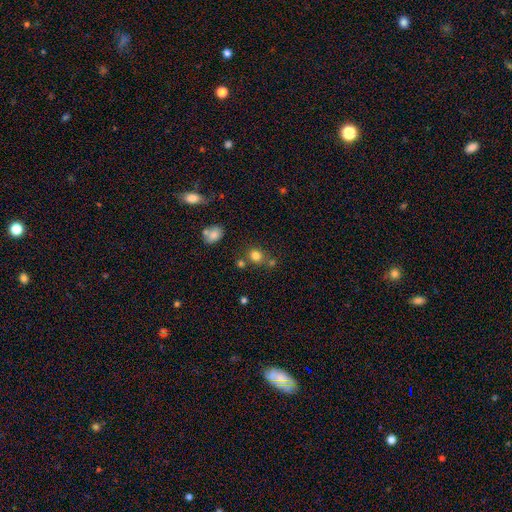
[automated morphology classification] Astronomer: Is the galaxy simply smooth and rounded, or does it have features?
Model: smooth — 78%.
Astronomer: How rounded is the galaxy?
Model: round — 82%.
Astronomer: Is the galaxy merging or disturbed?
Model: none — 66%.